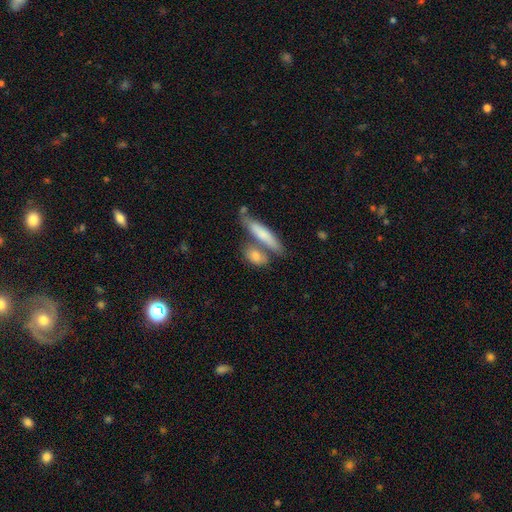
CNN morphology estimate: A smooth galaxy with no disk features (75%) that is in between round and cigar-shaped (51%).

Vote fractions:
- Smooth or featured? smooth: 75% / featured or disk: 18% / star or artifact: 6%
- How rounded? in between: 51% / cigar-shaped: 40% / round: 9%
- Merging? none: 49% / merger: 34% / minor disturbance: 13% / major disturbance: 5%